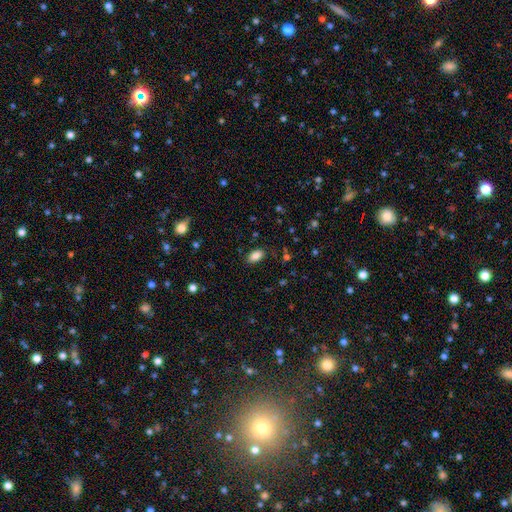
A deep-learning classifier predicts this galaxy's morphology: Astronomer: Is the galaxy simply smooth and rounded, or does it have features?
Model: smooth — 87%.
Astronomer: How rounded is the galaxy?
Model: in between — 93%.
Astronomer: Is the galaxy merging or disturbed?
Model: none — 86%.